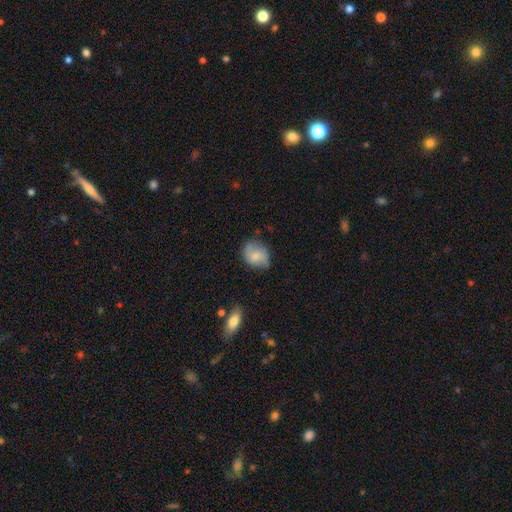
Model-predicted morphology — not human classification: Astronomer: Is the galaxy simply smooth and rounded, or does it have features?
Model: smooth — 57% (runner-up: featured or disk, 35%).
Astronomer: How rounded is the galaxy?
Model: in between — 56% (runner-up: round, 42%).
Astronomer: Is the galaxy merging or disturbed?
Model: none — 61%.